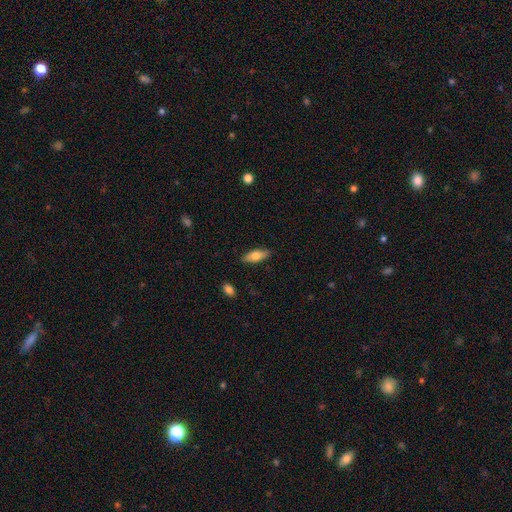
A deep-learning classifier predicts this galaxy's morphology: Smooth or featured?
  - smooth: 70% *
  - featured or disk: 24%
  - star or artifact: 6%
How rounded?
  - in between: 69% *
  - cigar-shaped: 28%
  - round: 2%
Merging?
  - none: 88% *
  - minor disturbance: 9%
  - major disturbance: 2%
  - merger: 1%